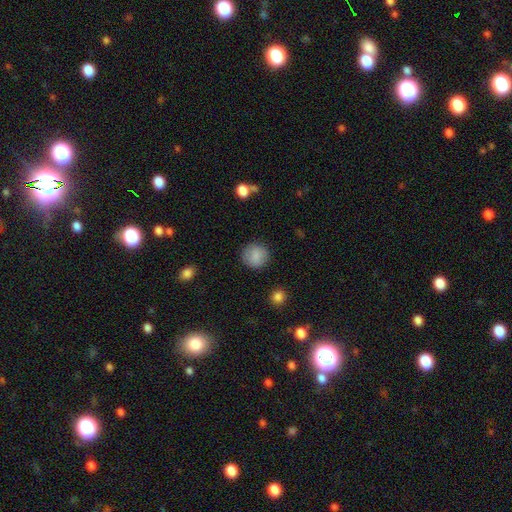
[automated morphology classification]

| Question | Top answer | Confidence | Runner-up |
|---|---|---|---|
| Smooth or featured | smooth | 87% | star or artifact (8%) |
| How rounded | round | 90% | in between (9%) |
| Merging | none | 88% | minor disturbance (7%) |